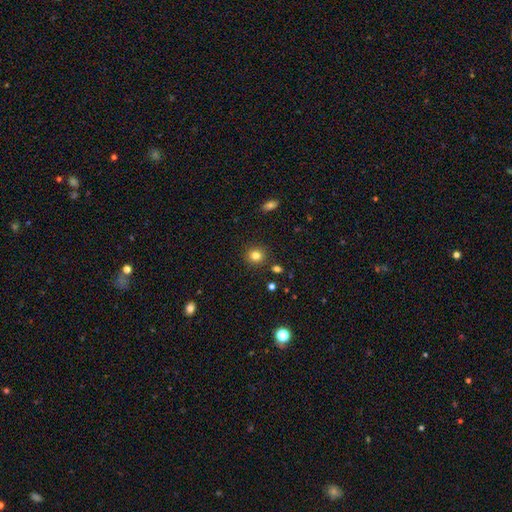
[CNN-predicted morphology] This is clearly a smooth galaxy (82%). How rounded: clearly round (90%). Merging: clearly none (89%).